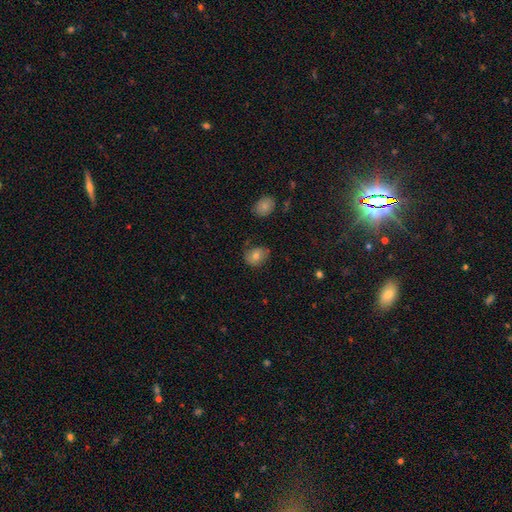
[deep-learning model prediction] Smooth or featured? smooth (71%)
How rounded? round (50%)
Merging? none (64%)